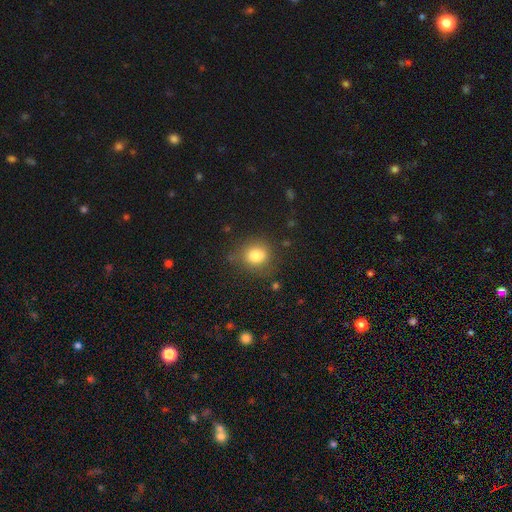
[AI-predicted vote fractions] smooth-or-featured: smooth: 80% | star or artifact: 11% | featured or disk: 9%
  how-rounded: round: 69% | in between: 30% | cigar-shaped: 1%
  merging: none: 75% | minor disturbance: 18% | major disturbance: 6% | merger: 2%